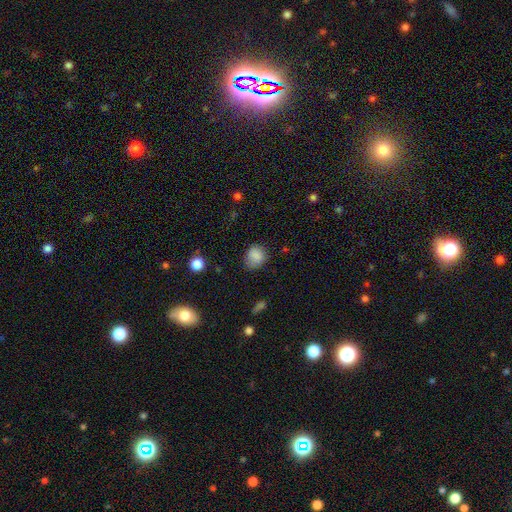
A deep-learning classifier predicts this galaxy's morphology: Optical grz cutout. It shows a smooth galaxy with no disk features (84%) that is round (64%). Merging: none (69%).